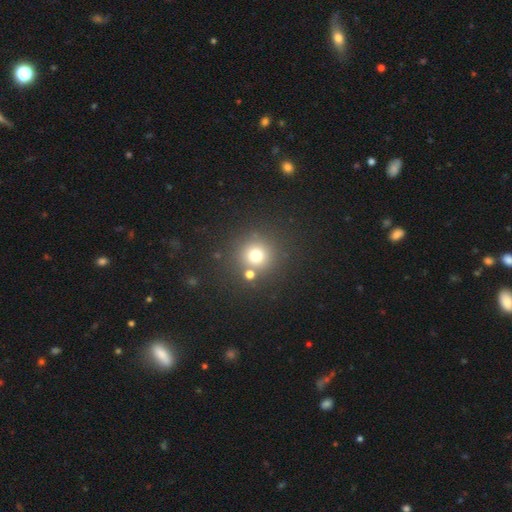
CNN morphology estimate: Smooth or featured?
  - smooth: 72% *
  - star or artifact: 19%
  - featured or disk: 9%
How rounded?
  - round: 93% *
  - in between: 6%
  - cigar-shaped: 1%
Merging?
  - none: 78% *
  - merger: 11%
  - minor disturbance: 7%
  - major disturbance: 3%